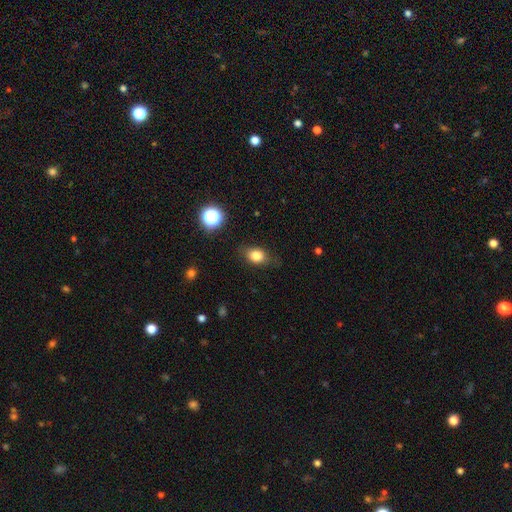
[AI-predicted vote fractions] Q: Smooth or featured?
A: smooth (81%); runner-up: star or artifact (11%)
Q: How rounded?
A: in between (69%); runner-up: round (29%)
Q: Merging?
A: none (77%); runner-up: minor disturbance (17%)